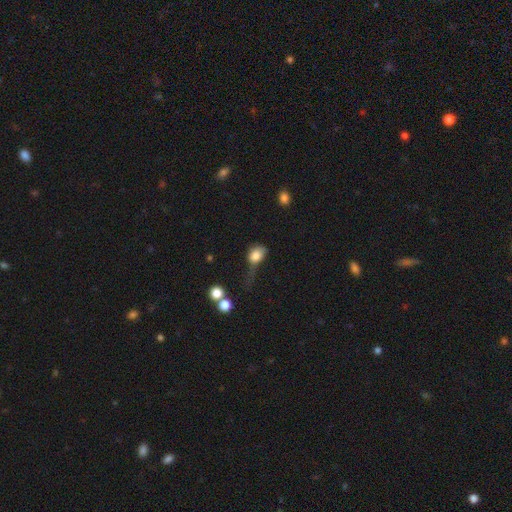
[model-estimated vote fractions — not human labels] smooth 78%, featured or disk 13%, star or artifact 9%. Down the decision tree: how rounded — in between (59%); merging — major disturbance (43%).